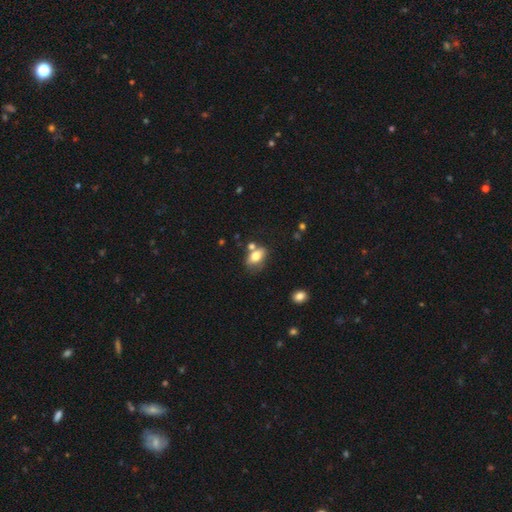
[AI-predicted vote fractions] A smooth galaxy with no disk features (76%) that is in between round and cigar-shaped (84%).

Vote fractions:
- Smooth or featured? smooth: 76% / featured or disk: 15% / star or artifact: 9%
- How rounded? in between: 84% / round: 13% / cigar-shaped: 3%
- Merging? none: 51% / merger: 23% / minor disturbance: 20% / major disturbance: 7%